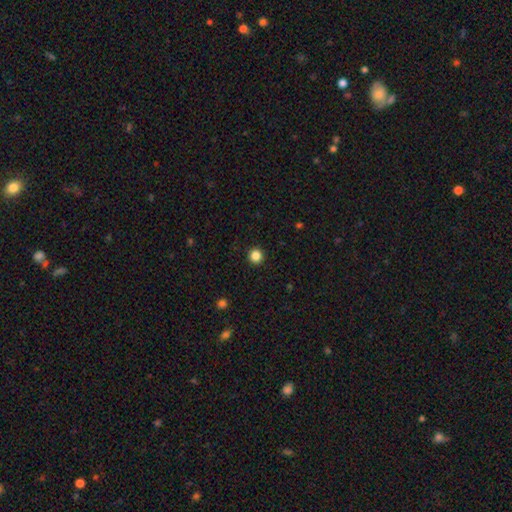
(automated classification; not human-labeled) smooth-or-featured: smooth: 85% | star or artifact: 12% | featured or disk: 3%
  how-rounded: round: 94% | in between: 5% | cigar-shaped: 1%
  merging: none: 93% | minor disturbance: 4% | major disturbance: 2% | merger: 1%